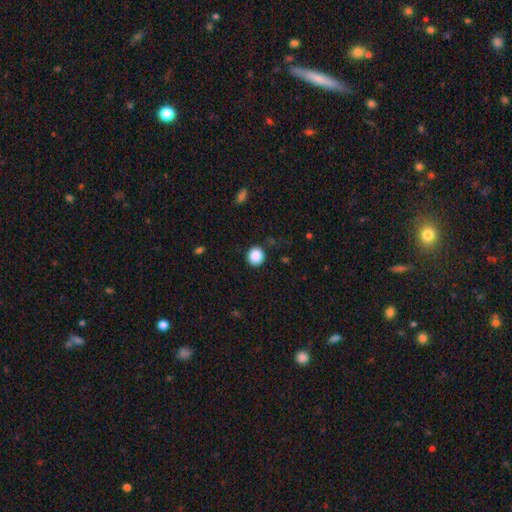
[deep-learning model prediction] smooth-or-featured: smooth: 87% | star or artifact: 9% | featured or disk: 3%
  how-rounded: round: 89% | in between: 10% | cigar-shaped: 1%
  merging: none: 90% | minor disturbance: 7% | major disturbance: 2% | merger: 1%